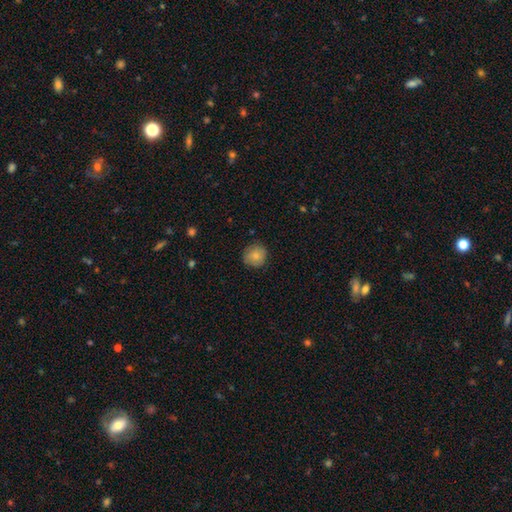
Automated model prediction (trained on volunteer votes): Smooth or featured?
  - smooth: 83% *
  - featured or disk: 10%
  - star or artifact: 8%
How rounded?
  - round: 90% *
  - in between: 9%
  - cigar-shaped: 1%
Merging?
  - none: 83% *
  - minor disturbance: 14%
  - major disturbance: 3%
  - merger: 1%